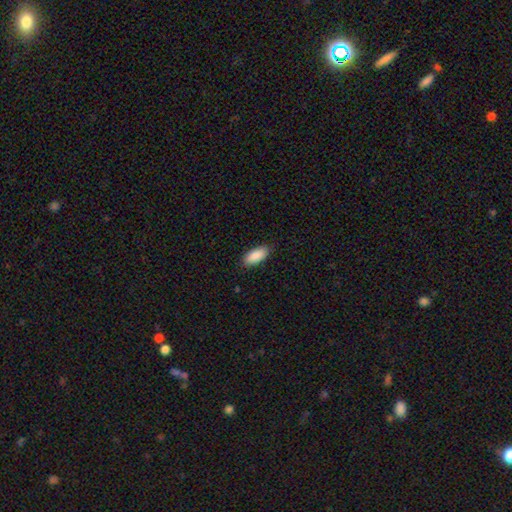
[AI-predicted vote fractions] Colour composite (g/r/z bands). It shows a smooth galaxy with no disk features (90%) that is in between round and cigar-shaped (87%). Merging: none (87%).